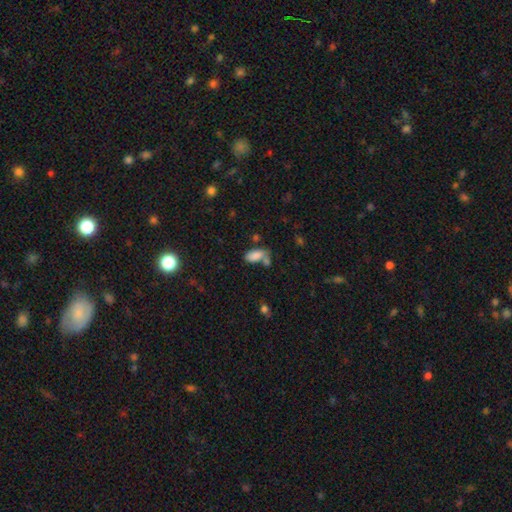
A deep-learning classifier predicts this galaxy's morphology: A smooth galaxy with no disk features (83%) that is in between round and cigar-shaped (91%). Merging: none (46%).